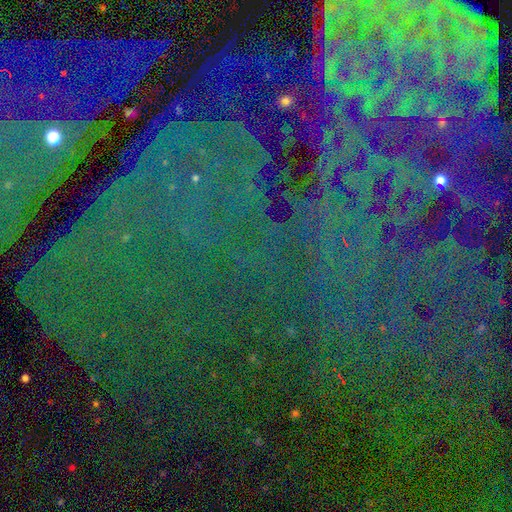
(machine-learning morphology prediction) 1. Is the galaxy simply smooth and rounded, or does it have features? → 82% star or artifact, 9% featured or disk, 9% smooth.